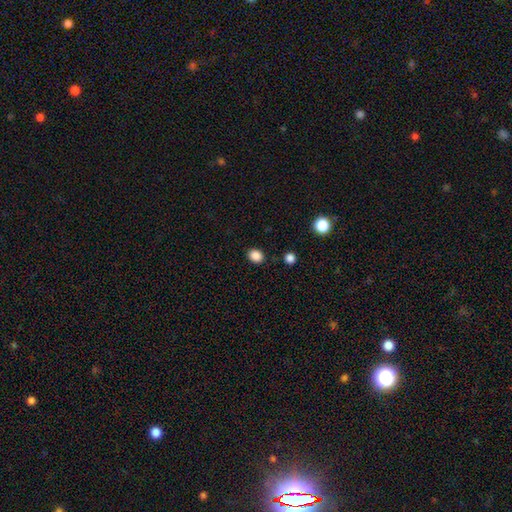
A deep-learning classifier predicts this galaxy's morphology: Q: Smooth or featured?
A: smooth (87%); runner-up: star or artifact (11%)
Q: How rounded?
A: round (53%); runner-up: in between (46%)
Q: Merging?
A: none (87%); runner-up: minor disturbance (8%)